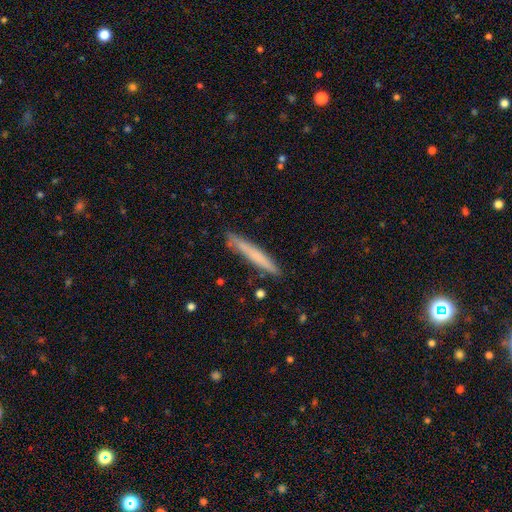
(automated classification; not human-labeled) A smooth galaxy with no disk features (66%) that is cigar-shaped (96%).

Vote fractions:
- Smooth or featured? smooth: 66% / featured or disk: 27% / star or artifact: 6%
- How rounded? cigar-shaped: 96% / in between: 3% / round: 1%
- Merging? none: 85% / minor disturbance: 12% / major disturbance: 2% / merger: 2%